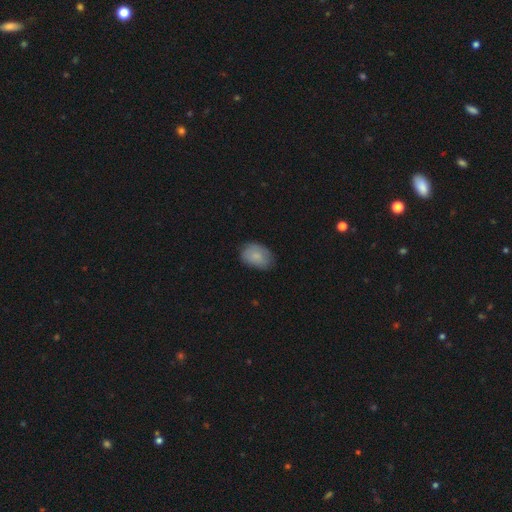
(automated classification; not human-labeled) Smooth or featured?
  - smooth: 81% *
  - featured or disk: 12%
  - star or artifact: 7%
How rounded?
  - in between: 81% *
  - round: 18%
  - cigar-shaped: 1%
Merging?
  - none: 71% *
  - minor disturbance: 23%
  - major disturbance: 5%
  - merger: 1%